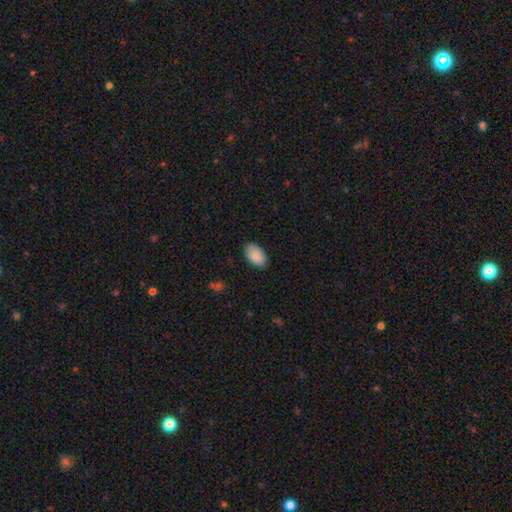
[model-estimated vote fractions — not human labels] Smooth or featured? Predicted: smooth (p=0.89). How rounded? Predicted: in between (p=0.94). Merging? Predicted: none (p=0.84).